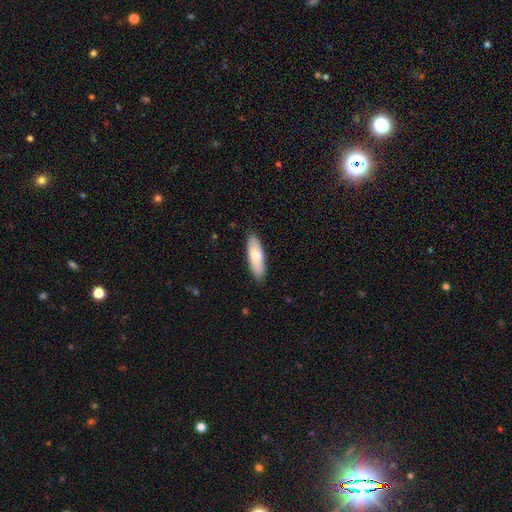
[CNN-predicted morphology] smooth_or_featured: smooth (p=0.80) [alt: featured or disk p=0.15]
how_rounded: in between (p=0.56) [alt: cigar-shaped p=0.43]
merging: none (p=0.85) [alt: minor disturbance p=0.12]